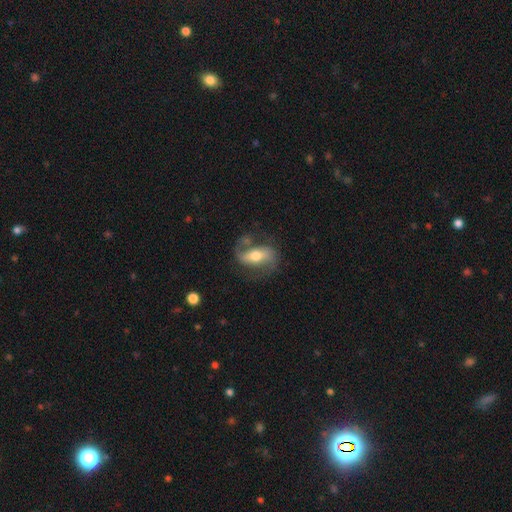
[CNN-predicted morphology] A featured or disk galaxy (73%) with a strong bar (50%), 2 (86%) loose (44%) spiral arms (85%) and a moderate central bulge (66%). Merging: none (63%).